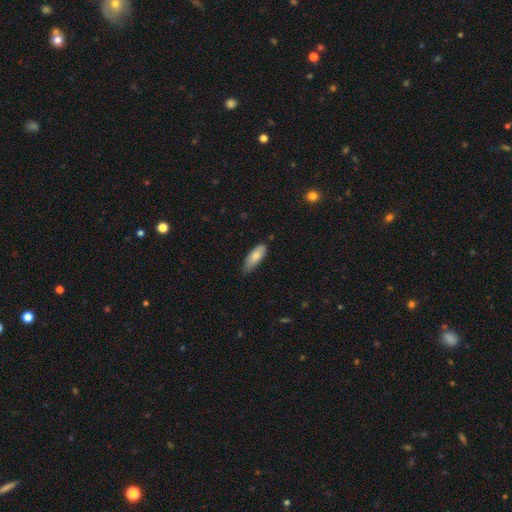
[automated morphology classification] A smooth galaxy with no disk features (82%) that is in between round and cigar-shaped (67%). Merging: none (70%).